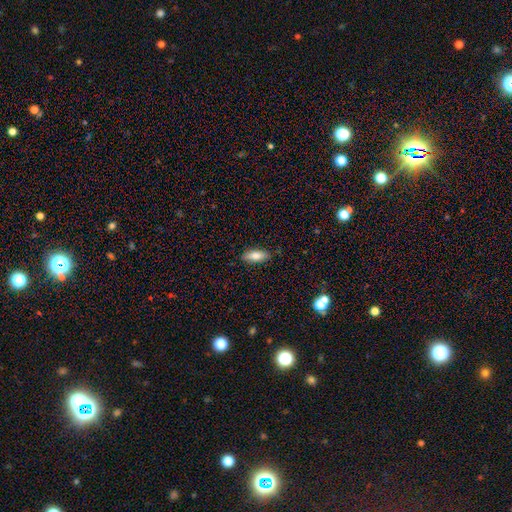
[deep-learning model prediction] Morphology: type=smooth (80%); roundness=in between (77%); merging=none (86%).